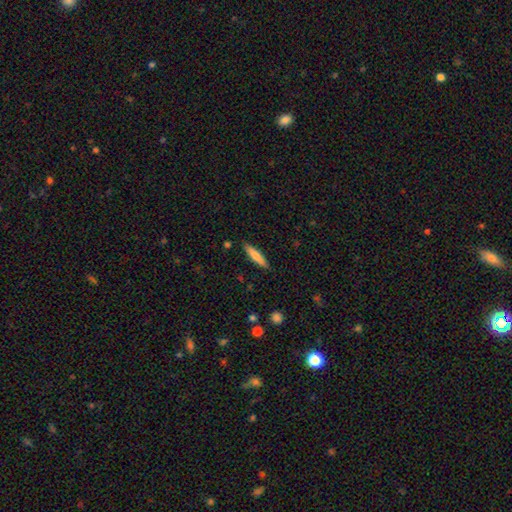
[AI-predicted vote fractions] Smooth or featured? smooth (74%)
How rounded? cigar-shaped (86%)
Merging? none (88%)